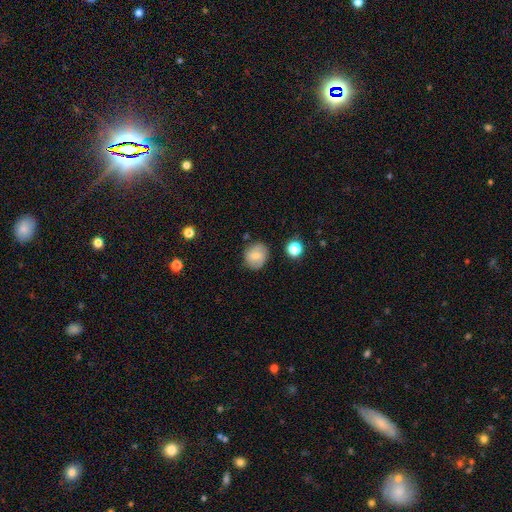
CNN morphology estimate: smooth-or-featured: smooth: 61% | featured or disk: 30% | star or artifact: 9%
  how-rounded: round: 79% | in between: 20% | cigar-shaped: 1%
  merging: none: 78% | minor disturbance: 15% | major disturbance: 4% | merger: 3%